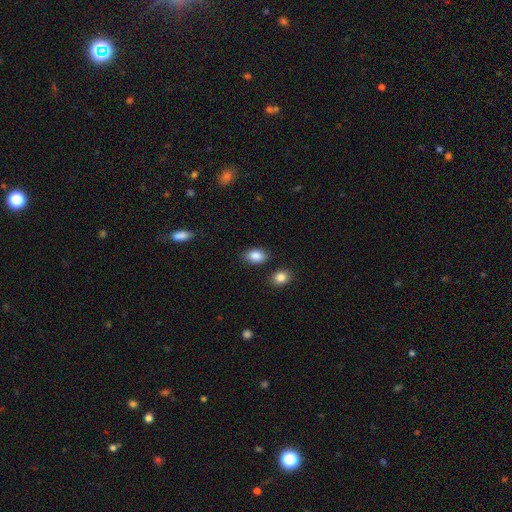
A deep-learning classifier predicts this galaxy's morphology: smooth-or-featured: smooth: 87% | star or artifact: 8% | featured or disk: 5%
  how-rounded: in between: 84% | round: 15% | cigar-shaped: 1%
  merging: none: 83% | minor disturbance: 10% | merger: 4% | major disturbance: 3%